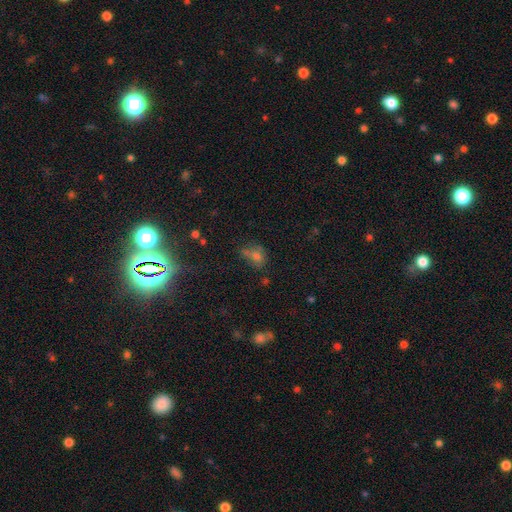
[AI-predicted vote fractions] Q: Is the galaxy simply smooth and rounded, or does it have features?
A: smooth — 49%.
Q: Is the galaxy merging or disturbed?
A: none — 46%.